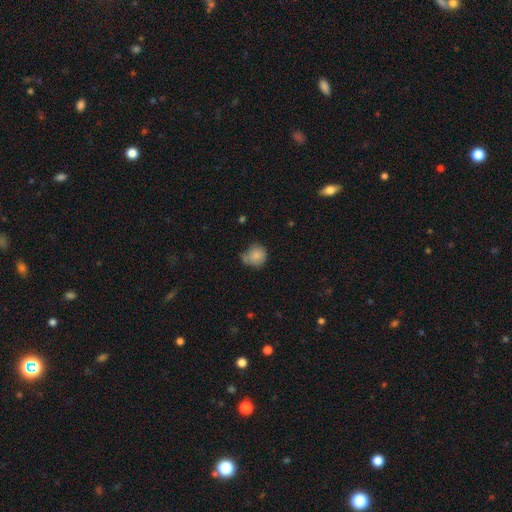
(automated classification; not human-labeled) Q: Smooth or featured?
A: smooth (83%); runner-up: star or artifact (9%)
Q: How rounded?
A: round (83%); runner-up: in between (16%)
Q: Merging?
A: none (55%); runner-up: minor disturbance (29%)